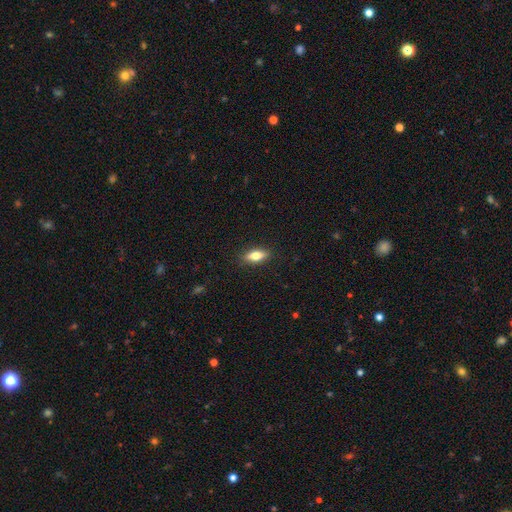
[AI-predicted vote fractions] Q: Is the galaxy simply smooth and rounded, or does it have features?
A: smooth — 71%.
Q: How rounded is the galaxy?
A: in between — 74%.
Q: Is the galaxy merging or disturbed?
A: none — 88%.